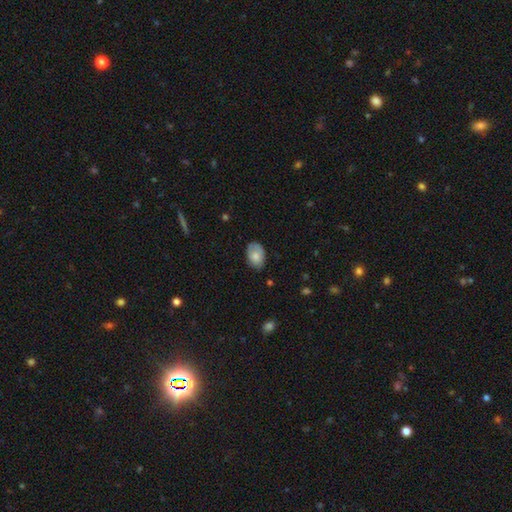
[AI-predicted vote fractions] Overall: smooth (74%). How rounded: in between (85%). Merging: none (70%).